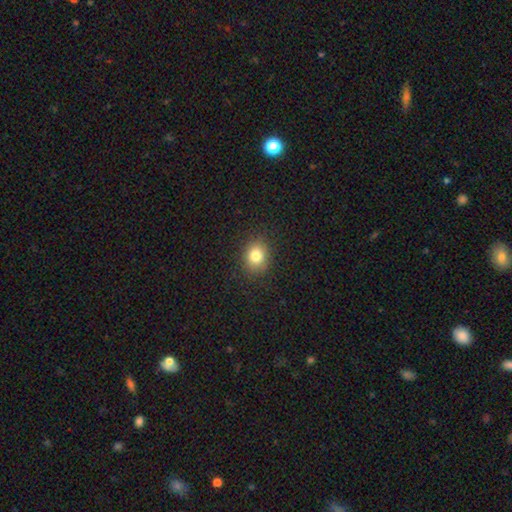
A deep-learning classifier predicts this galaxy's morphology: A smooth galaxy with no disk features (80%) that is round (65%). Merging: none (88%).